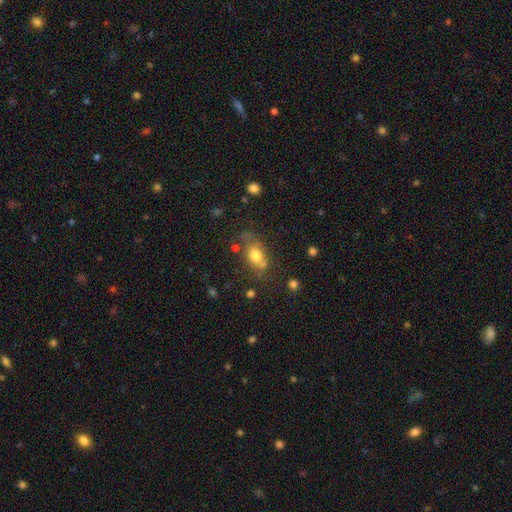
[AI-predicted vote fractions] This is likely a smooth galaxy (73%). How rounded: likely in between (71%). Merging: possibly none (51%).